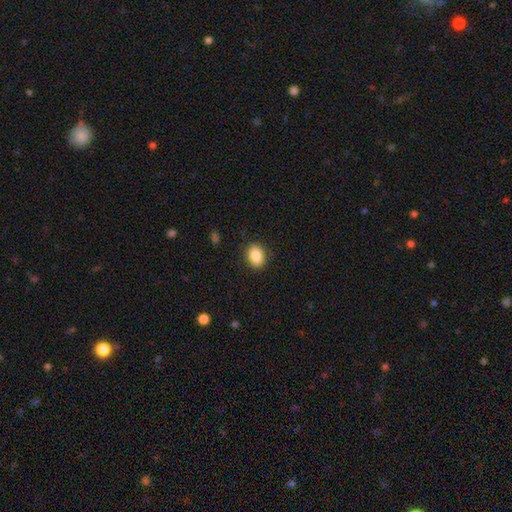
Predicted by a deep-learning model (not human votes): smooth-or-featured: smooth: 86% | star or artifact: 8% | featured or disk: 6%
  how-rounded: in between: 69% | round: 30% | cigar-shaped: 1%
  merging: none: 88% | minor disturbance: 8% | major disturbance: 2% | merger: 1%